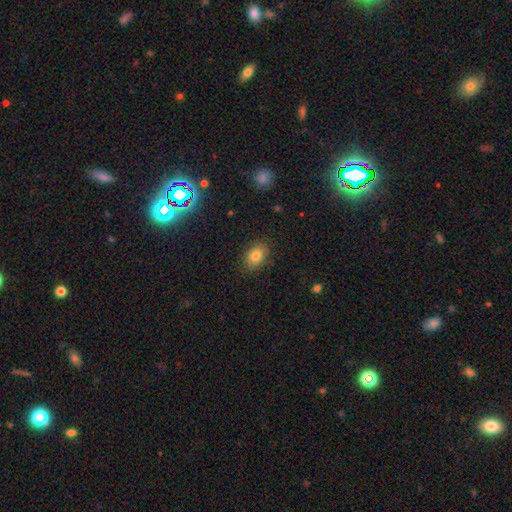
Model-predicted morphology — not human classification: The model was most divided on "how rounded": in between: 80%, round: 19%, cigar-shaped: 1%. More confident: merging — none (86%); smooth or featured — smooth (81%).